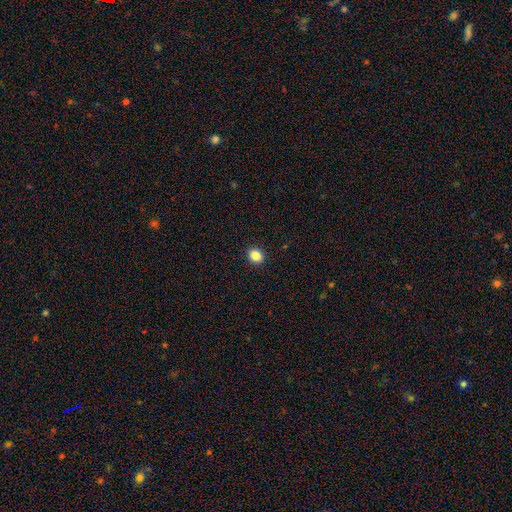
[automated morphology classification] This appears to be a smooth galaxy with no disk features (86%) that is round (60%). Merging: none (92%).